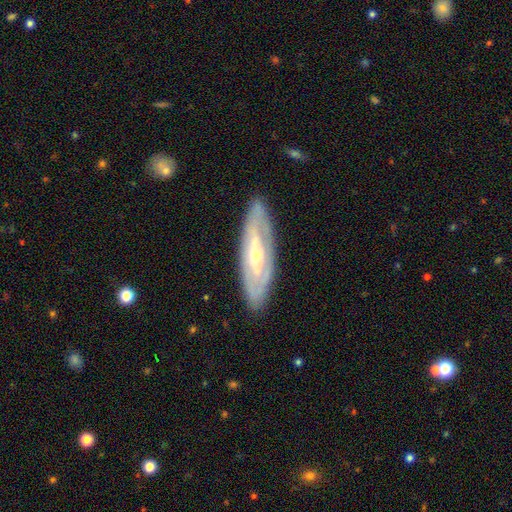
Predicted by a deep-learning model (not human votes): Smooth or featured? Predicted: featured or disk (p=0.77). Edge-on disk? Predicted: no (p=0.75). Bar? Predicted: no (p=0.39). Spiral arms? Predicted: yes (p=0.69). Bulge size? Predicted: small (p=0.50). Merging? Predicted: none (p=0.85).